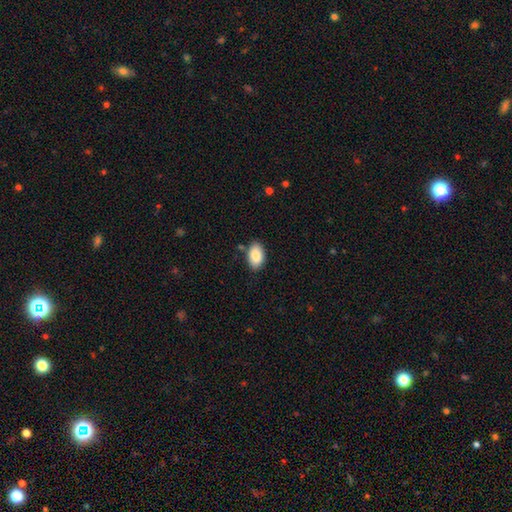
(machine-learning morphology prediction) Smooth or featured: smooth — 88% (star or artifact — 7%)
How rounded: in between — 93% (round — 5%)
Merging: none — 82% (minor disturbance — 13%)